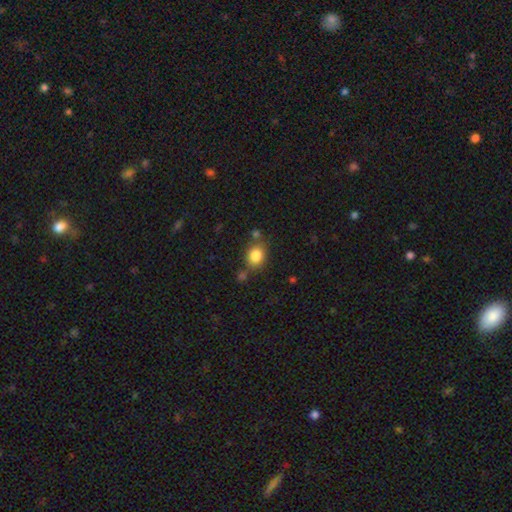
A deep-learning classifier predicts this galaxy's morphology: The model was most divided on "how rounded": round: 60%, in between: 39%, cigar-shaped: 1%. More confident: smooth or featured — smooth (84%); merging — none (71%).